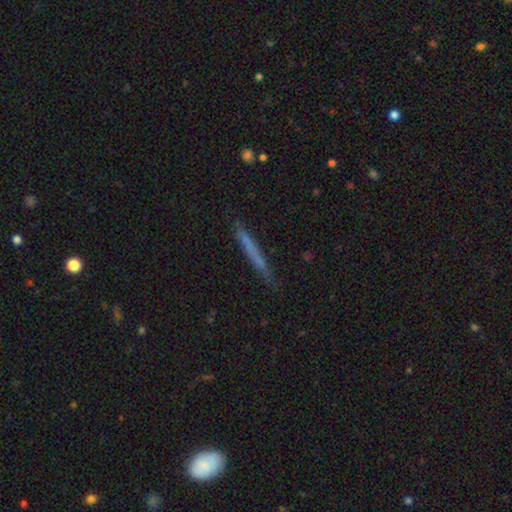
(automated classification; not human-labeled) Smooth or featured?
  - smooth: 42% * (tied)
  - featured or disk: 42% * (tied)
  - star or artifact: 15%
Merging?
  - none: 86% *
  - minor disturbance: 9%
  - major disturbance: 3%
  - merger: 2%